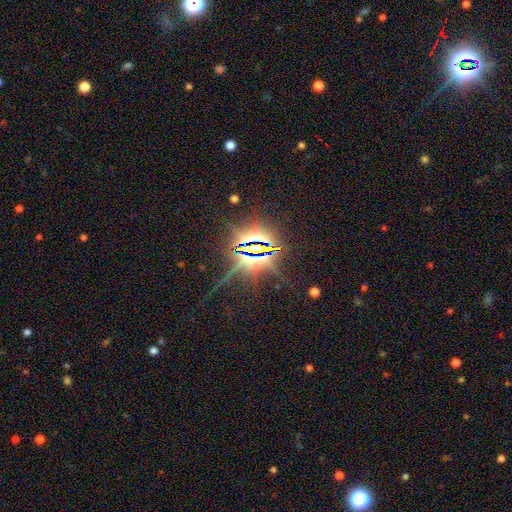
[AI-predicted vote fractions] Q: Smooth or featured?
A: star or artifact (85%); runner-up: featured or disk (9%)